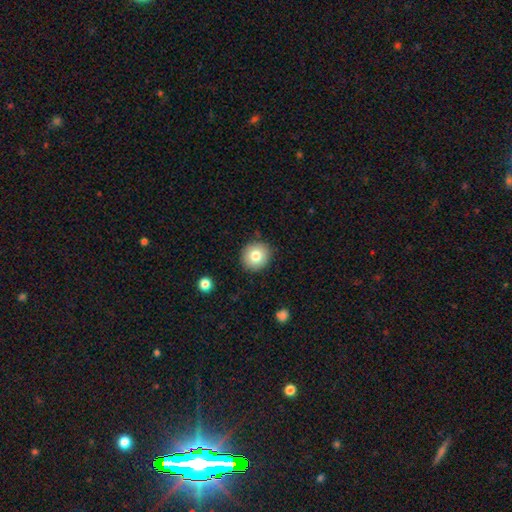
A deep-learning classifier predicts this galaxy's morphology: Smooth or featured? Predicted: smooth (p=0.79). How rounded? Predicted: round (p=0.90). Merging? Predicted: none (p=0.89).